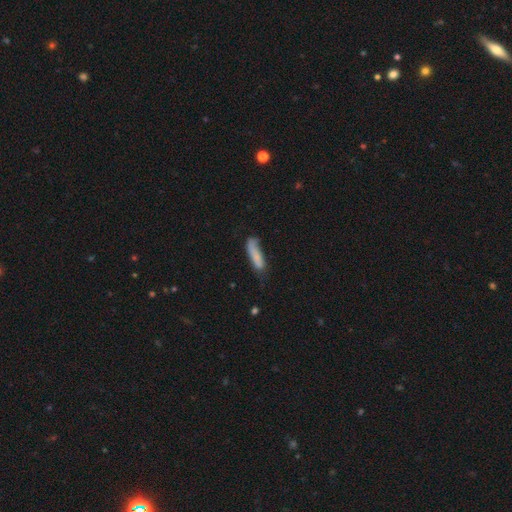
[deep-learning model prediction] The model was most divided on "merging": none: 46%, minor disturbance: 31%, major disturbance: 16%, merger: 7%. More confident: smooth or featured — smooth (73%); how rounded — cigar-shaped (70%).